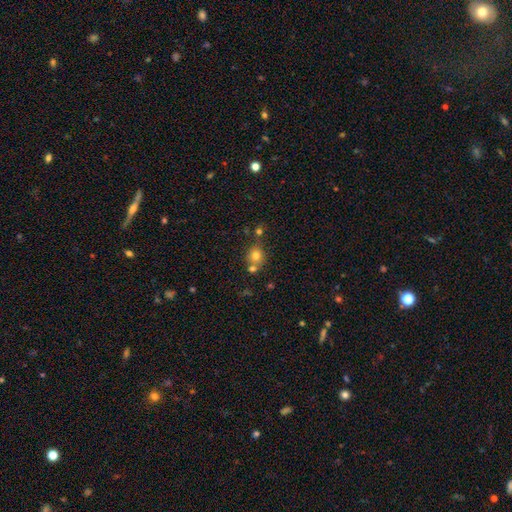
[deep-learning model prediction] A smooth galaxy with no disk features (77%) that is round (78%).

Vote fractions:
- Smooth or featured? smooth: 77% / star or artifact: 13% / featured or disk: 10%
- How rounded? round: 78% / in between: 21% / cigar-shaped: 1%
- Merging? none: 59% / merger: 27% / minor disturbance: 11% / major disturbance: 4%